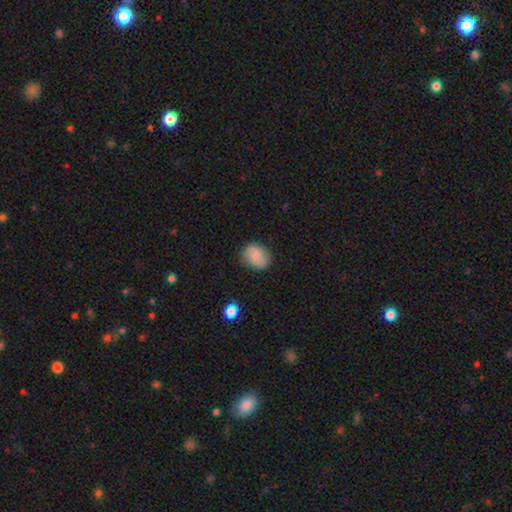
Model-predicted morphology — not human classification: type=smooth (72%); roundness=round (52%); merging=none (77%).